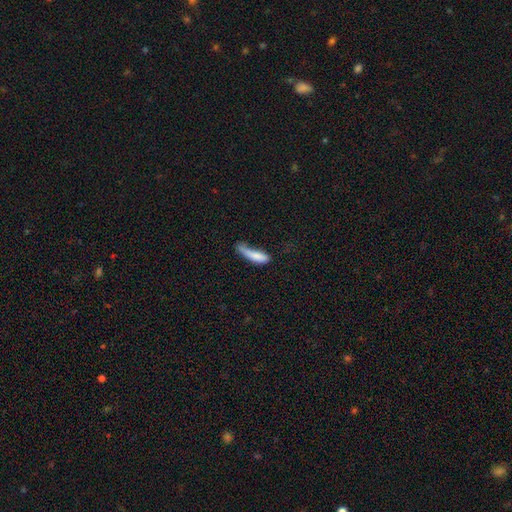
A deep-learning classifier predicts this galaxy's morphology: smooth-or-featured: smooth: 76% | featured or disk: 17% | star or artifact: 7%
  how-rounded: cigar-shaped: 74% | in between: 23% | round: 2%
  merging: none: 33% | major disturbance: 29% | minor disturbance: 28% | merger: 10%